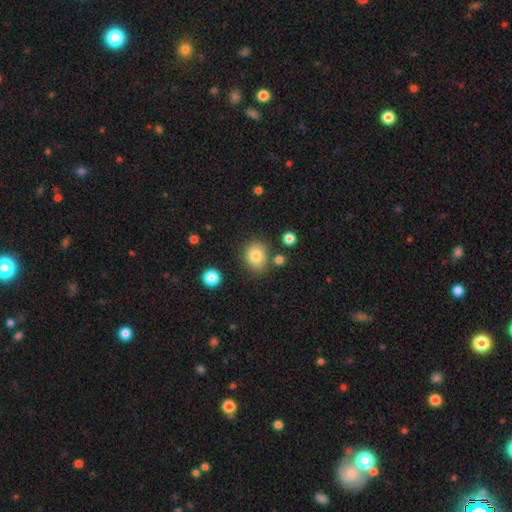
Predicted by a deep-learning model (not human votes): Smooth or featured: smooth — 82% (star or artifact — 10%)
How rounded: round — 60% (in between — 39%)
Merging: none — 79% (minor disturbance — 12%)